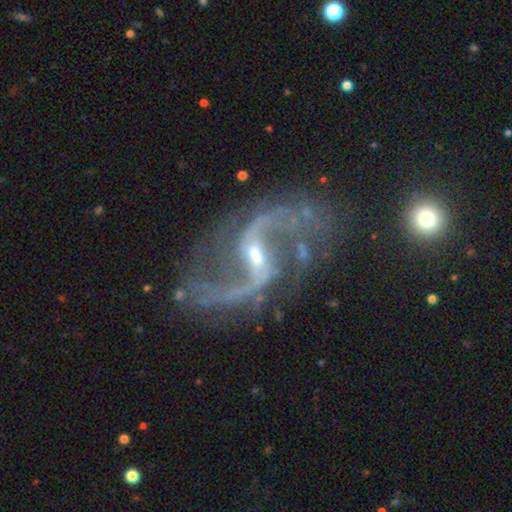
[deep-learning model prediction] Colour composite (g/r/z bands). It shows a featured or disk galaxy (93%) with a weak bar (49%), 2 (93%) loose (66%) spiral arms (98%) and a small central bulge (52%). Merging: none (65%).